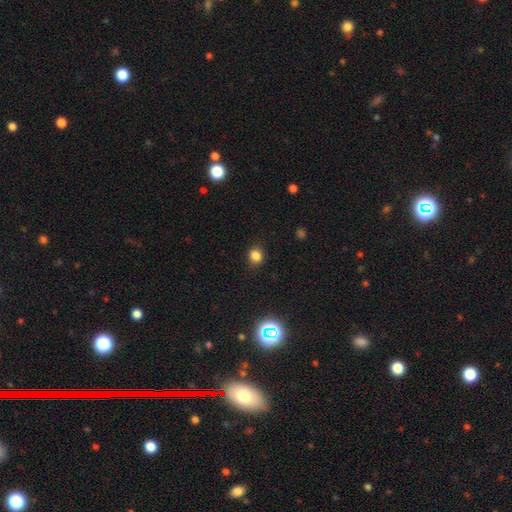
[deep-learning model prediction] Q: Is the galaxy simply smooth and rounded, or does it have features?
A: smooth — 80%.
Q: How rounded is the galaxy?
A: round — 70%.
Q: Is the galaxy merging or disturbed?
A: none — 86%.